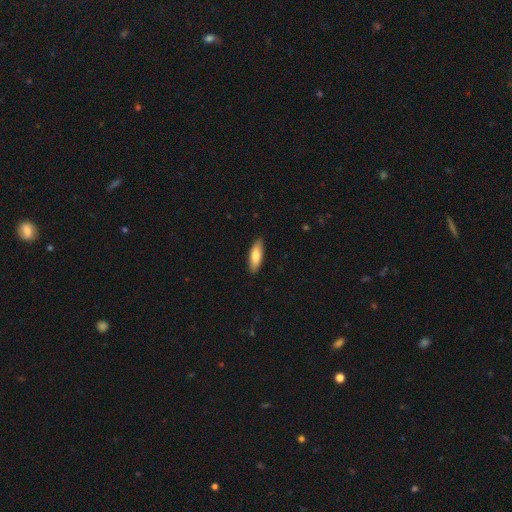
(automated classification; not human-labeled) A smooth galaxy with no disk features (81%) that is in between round and cigar-shaped (59%).

Vote fractions:
- Smooth or featured? smooth: 81% / featured or disk: 14% / star or artifact: 5%
- How rounded? in between: 59% / cigar-shaped: 39% / round: 2%
- Merging? none: 88% / minor disturbance: 9% / major disturbance: 2% / merger: 1%